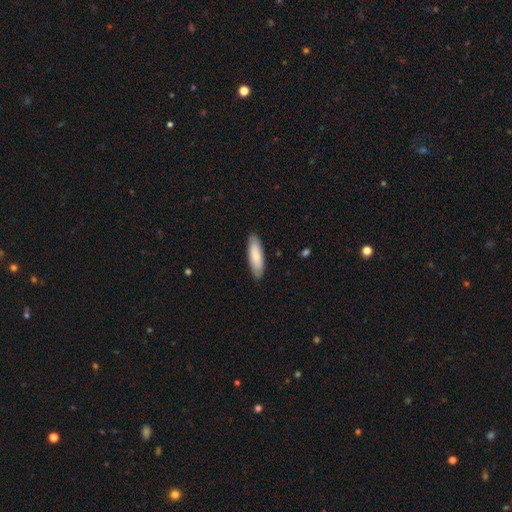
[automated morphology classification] Q: Smooth or featured?
A: smooth (77%); runner-up: featured or disk (18%)
Q: How rounded?
A: in between (54%); runner-up: cigar-shaped (44%)
Q: Merging?
A: none (87%); runner-up: minor disturbance (10%)